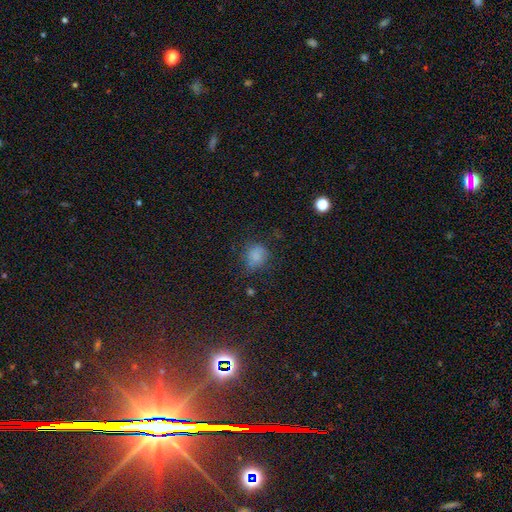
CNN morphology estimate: The model was most divided on "how rounded": round: 69%, in between: 30%, cigar-shaped: 1%. More confident: smooth or featured — smooth (76%); merging — none (64%).